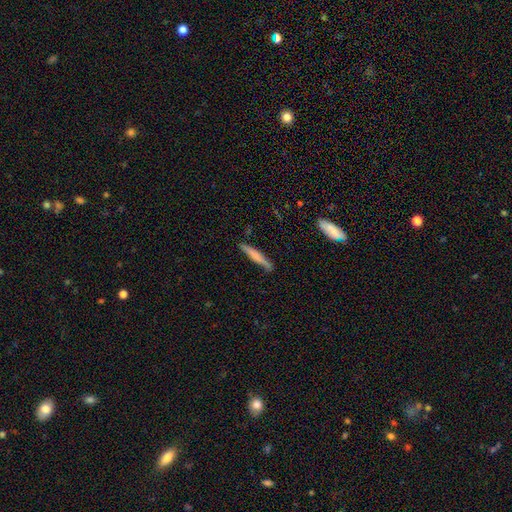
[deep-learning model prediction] The model was most divided on "smooth or featured": smooth: 55%, featured or disk: 39%, star or artifact: 6%. More confident: how rounded — cigar-shaped (94%); merging — none (86%).